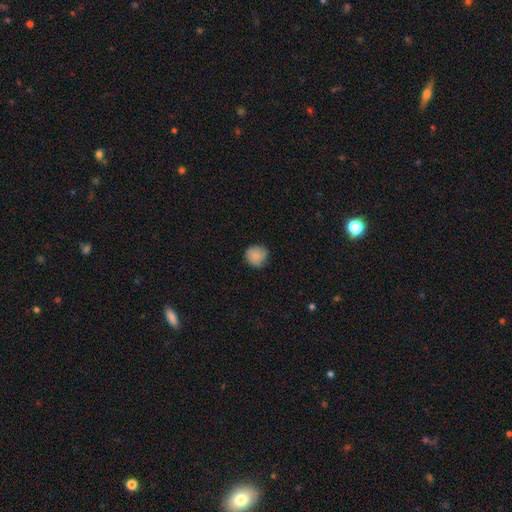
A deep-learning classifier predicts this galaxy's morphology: This appears to be a smooth galaxy with no disk features (83%) that is round (89%). Merging: none (74%).